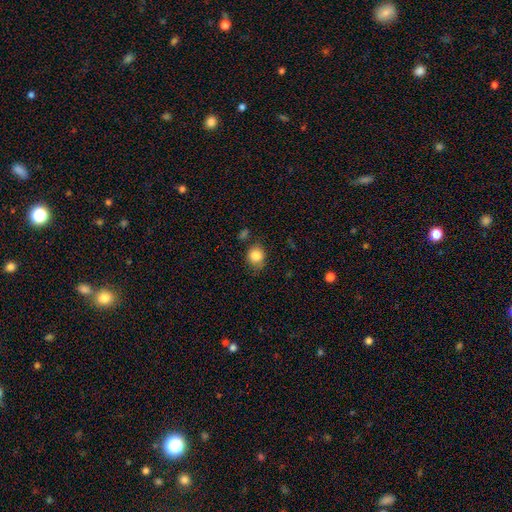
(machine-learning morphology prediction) smooth_or_featured: smooth (p=0.85) [alt: star or artifact p=0.09]
how_rounded: round (p=0.73) [alt: in between p=0.26]
merging: none (p=0.69) [alt: minor disturbance p=0.21]